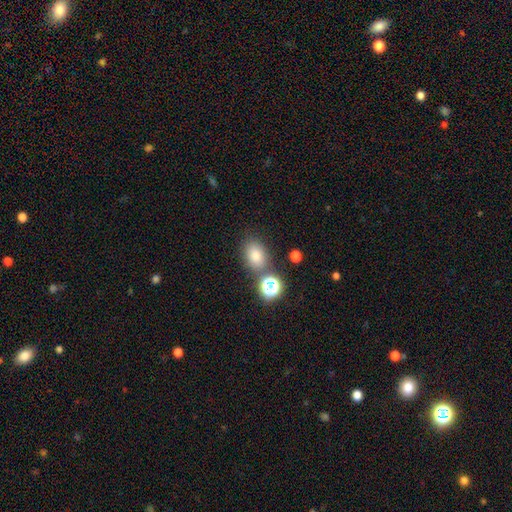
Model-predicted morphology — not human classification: Smooth or featured: smooth — 75% (star or artifact — 16%)
How rounded: in between — 62% (round — 37%)
Merging: none — 72% (merger — 12%)